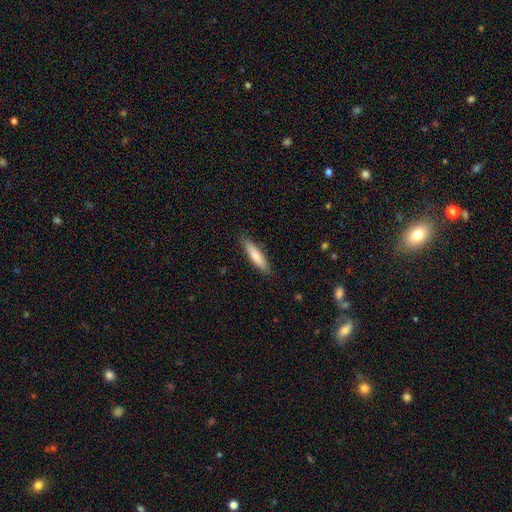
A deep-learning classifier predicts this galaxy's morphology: Q: Smooth or featured?
A: smooth (76%); runner-up: featured or disk (18%)
Q: How rounded?
A: cigar-shaped (77%); runner-up: in between (22%)
Q: Merging?
A: none (87%); runner-up: minor disturbance (10%)